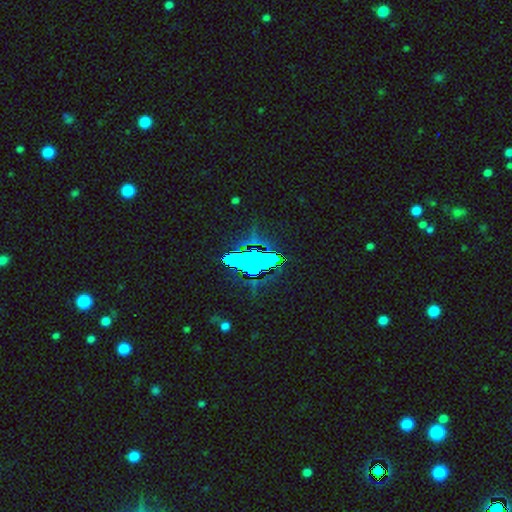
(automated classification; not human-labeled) A star or artifact, not a galaxy (75%).

Vote fractions:
- Smooth or featured? star or artifact: 75% / smooth: 13% / featured or disk: 12%